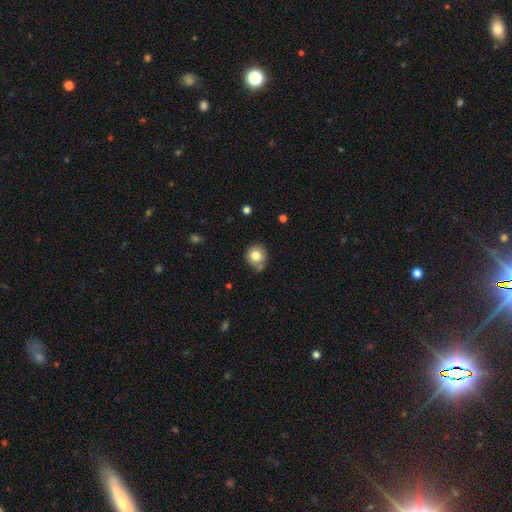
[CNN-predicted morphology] type=smooth (79%); roundness=round (89%); merging=none (73%).